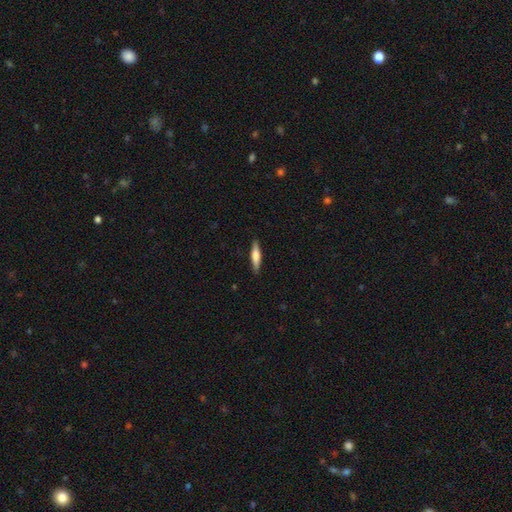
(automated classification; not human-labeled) smooth 62%, featured or disk 32%, star or artifact 6%. Down the decision tree: how rounded — cigar-shaped (83%); merging — none (88%).